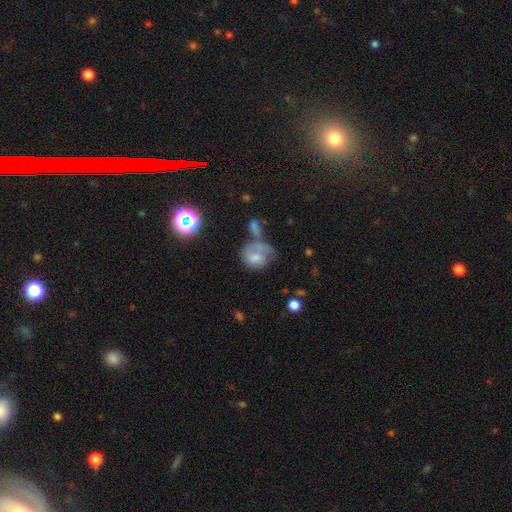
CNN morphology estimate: This appears to be a smooth galaxy with no disk features (60%) that is round (51%). Merging: merger (32%).